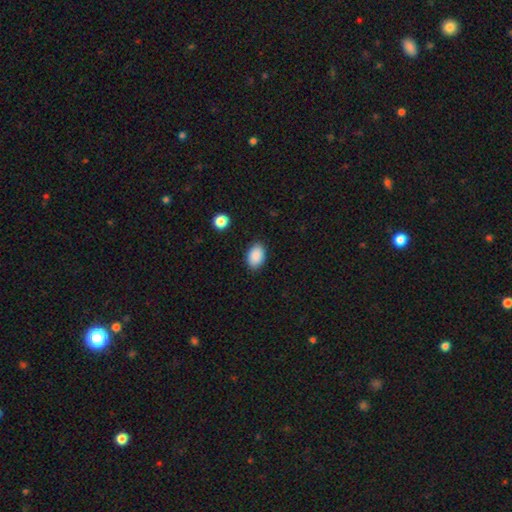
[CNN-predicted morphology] A smooth galaxy with no disk features (89%) that is in between round and cigar-shaped (86%). Merging: none (87%).